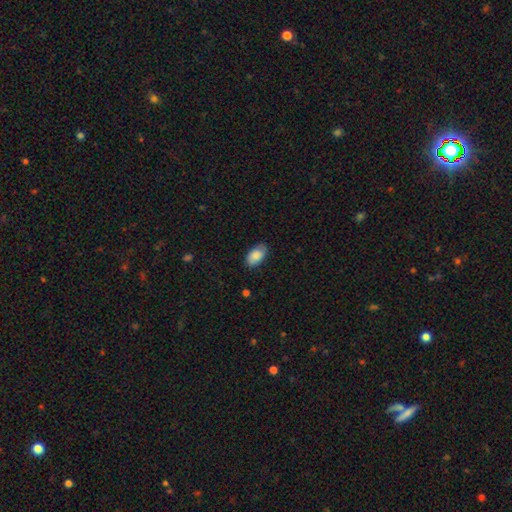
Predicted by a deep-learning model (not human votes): smooth 84%, featured or disk 9%, star or artifact 6%. Down the decision tree: how rounded — in between (94%); merging — none (83%).